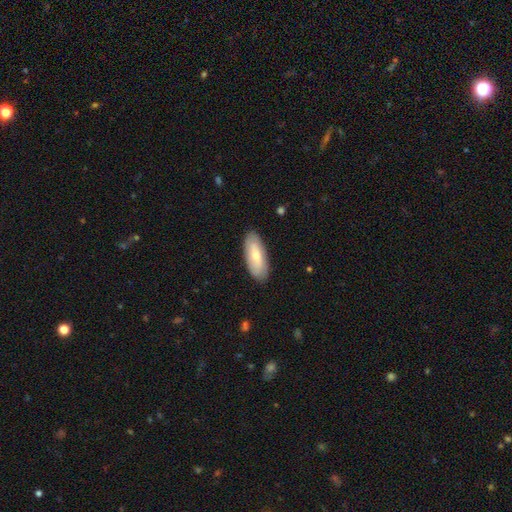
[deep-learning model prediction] smooth-or-featured: smooth: 62% | featured or disk: 32% | star or artifact: 5%
  how-rounded: in between: 80% | cigar-shaped: 18% | round: 2%
  merging: none: 87% | minor disturbance: 10% | major disturbance: 2% | merger: 1%